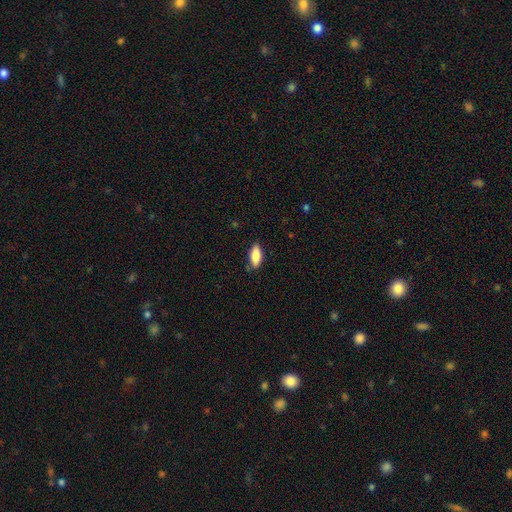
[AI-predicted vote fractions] This appears to be a smooth galaxy with no disk features (82%) that is in between round and cigar-shaped (79%). Merging: none (78%).